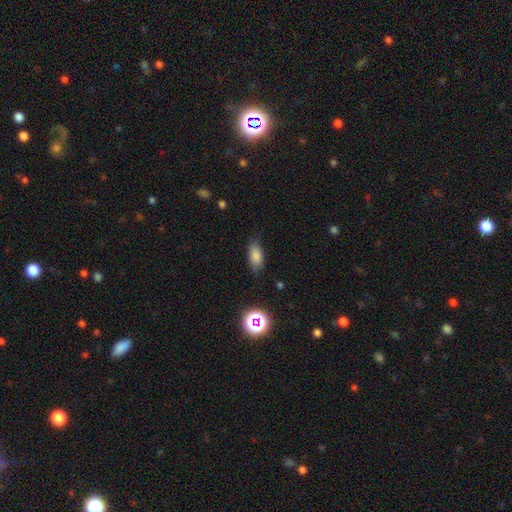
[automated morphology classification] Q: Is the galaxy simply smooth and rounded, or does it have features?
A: smooth — 80%.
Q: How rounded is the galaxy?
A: in between — 87%.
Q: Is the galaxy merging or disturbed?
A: none — 80%.